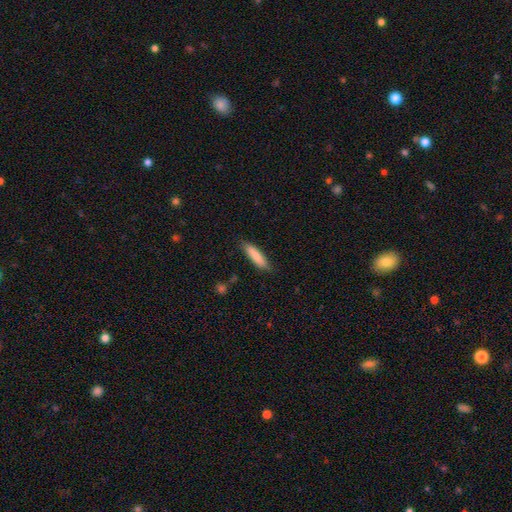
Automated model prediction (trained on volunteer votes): Smooth or featured? smooth (84%)
How rounded? cigar-shaped (76%)
Merging? none (83%)